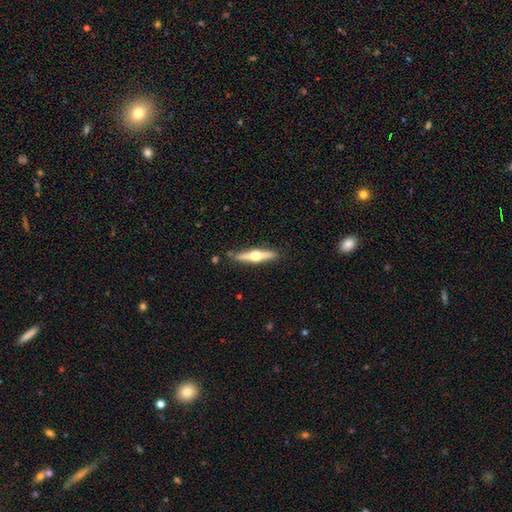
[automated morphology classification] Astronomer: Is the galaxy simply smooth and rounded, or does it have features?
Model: featured or disk — 70%.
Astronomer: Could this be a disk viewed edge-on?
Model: yes — 97%.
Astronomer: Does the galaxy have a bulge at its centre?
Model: rounded — 96%.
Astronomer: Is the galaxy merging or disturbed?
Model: none — 87%.